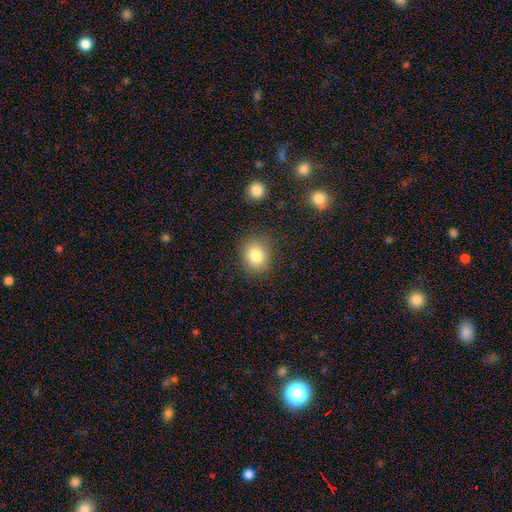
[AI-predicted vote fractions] Smooth or featured?
  - smooth: 83% *
  - star or artifact: 10%
  - featured or disk: 7%
How rounded?
  - round: 63% *
  - in between: 36%
  - cigar-shaped: 1%
Merging?
  - none: 84% *
  - minor disturbance: 11%
  - major disturbance: 3%
  - merger: 2%